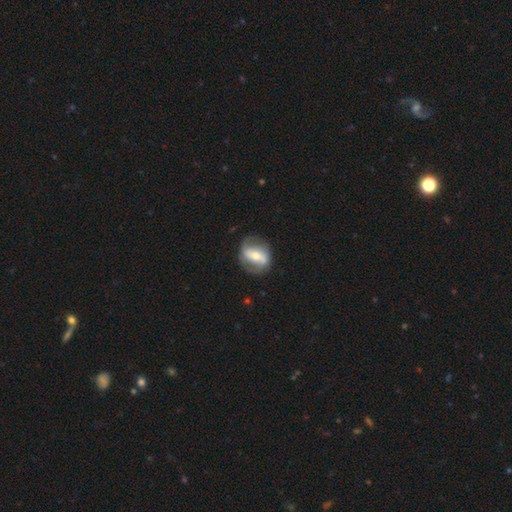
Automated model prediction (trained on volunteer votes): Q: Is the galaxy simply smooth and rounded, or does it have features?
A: featured or disk — 67%.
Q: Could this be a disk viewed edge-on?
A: no — 93%.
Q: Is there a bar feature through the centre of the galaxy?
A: strong — 50%.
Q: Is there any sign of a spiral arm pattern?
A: yes — 70%.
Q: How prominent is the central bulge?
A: moderate — 57%.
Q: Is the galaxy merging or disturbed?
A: none — 73%.